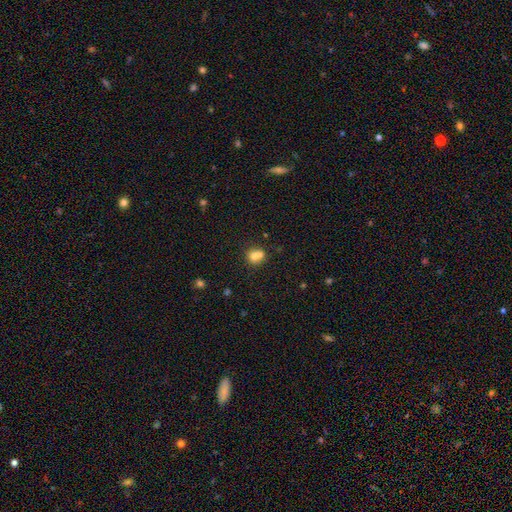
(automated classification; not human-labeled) Smooth or featured? smooth (70%)
How rounded? round (75%)
Merging? merger (58%)